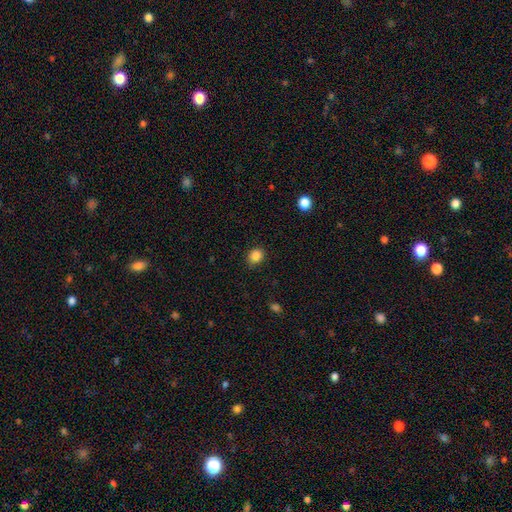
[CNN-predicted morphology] This appears to be a smooth galaxy with no disk features (86%) that is round (67%). Merging: none (87%).